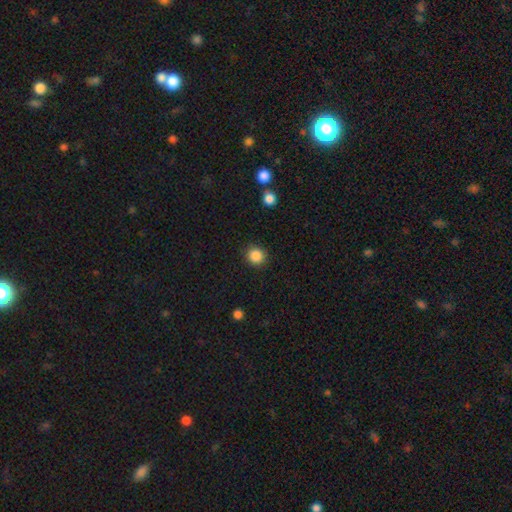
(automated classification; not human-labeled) smooth-or-featured: smooth: 87% | star or artifact: 10% | featured or disk: 3%
  how-rounded: round: 92% | in between: 7% | cigar-shaped: 1%
  merging: none: 90% | minor disturbance: 6% | major disturbance: 2% | merger: 1%